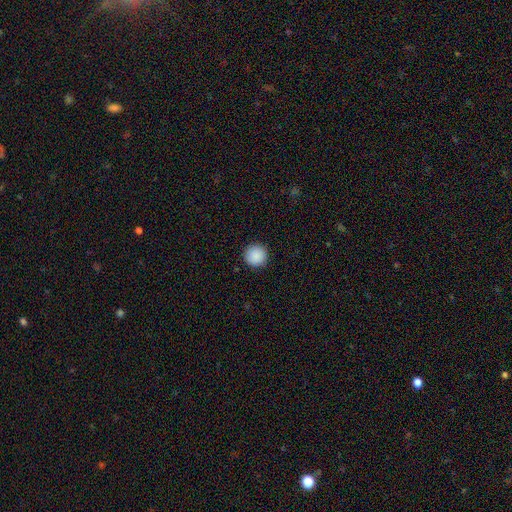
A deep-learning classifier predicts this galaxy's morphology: type=smooth (90%); roundness=round (96%); merging=none (93%).